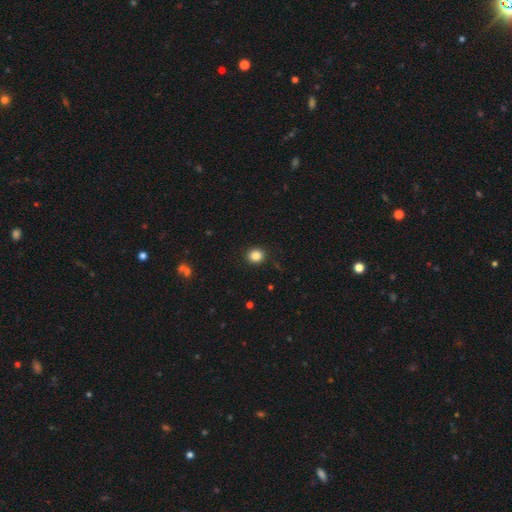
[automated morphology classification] This is clearly a smooth galaxy (85%). How rounded: clearly round (84%). Merging: clearly none (91%).